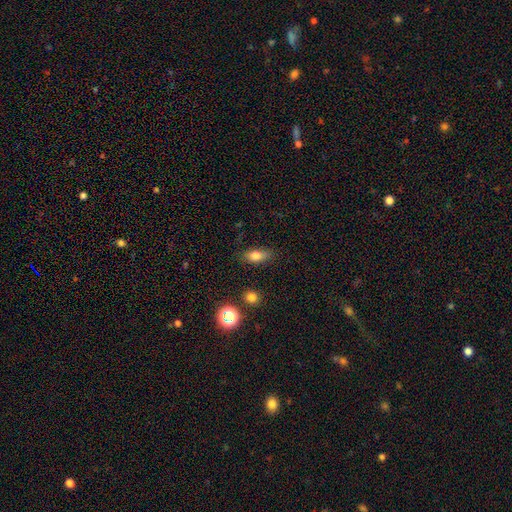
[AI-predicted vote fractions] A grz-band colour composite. It shows a smooth galaxy with no disk features (78%) that is in between round and cigar-shaped (78%). Merging: none (81%).